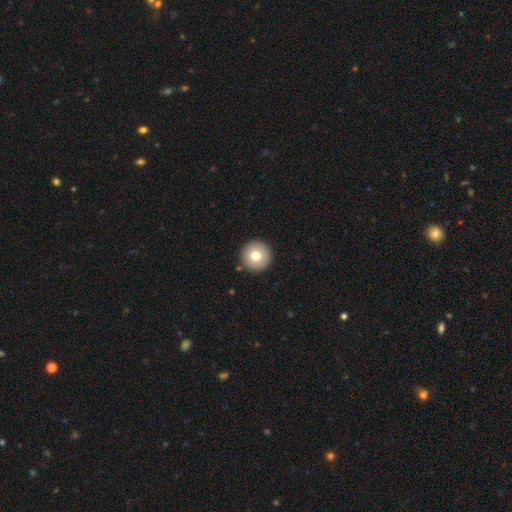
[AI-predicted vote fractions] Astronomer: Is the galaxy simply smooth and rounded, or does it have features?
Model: smooth — 75%.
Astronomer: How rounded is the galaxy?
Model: round — 97%.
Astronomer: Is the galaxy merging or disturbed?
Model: none — 92%.